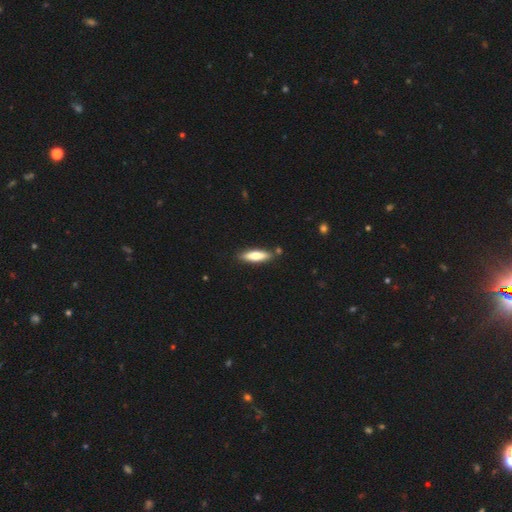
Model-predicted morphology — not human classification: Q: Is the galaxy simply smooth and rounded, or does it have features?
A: smooth — 70%.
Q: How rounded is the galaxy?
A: cigar-shaped — 65%.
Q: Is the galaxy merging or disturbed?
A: none — 84%.